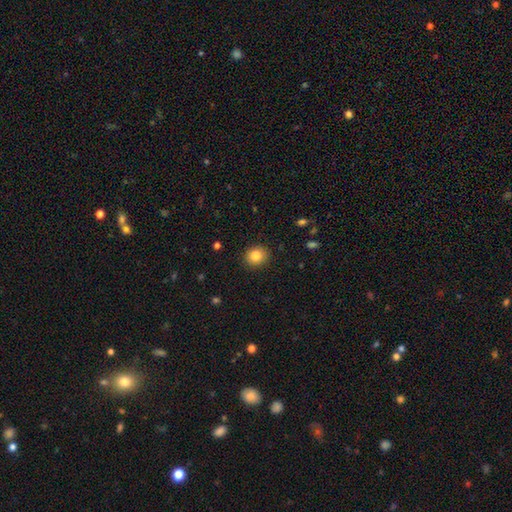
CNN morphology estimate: type=smooth (84%); roundness=round (80%); merging=none (90%).